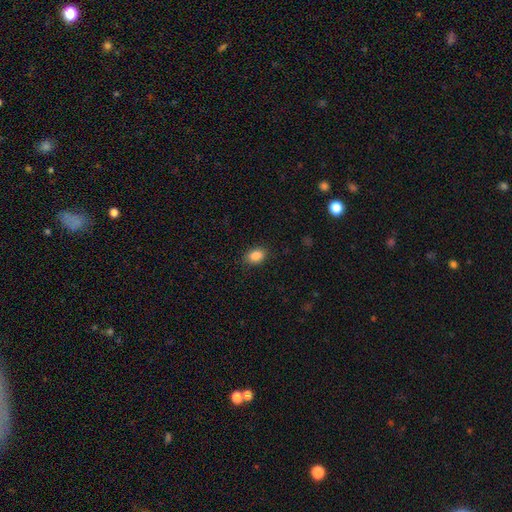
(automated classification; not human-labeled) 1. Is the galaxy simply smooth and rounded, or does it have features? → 87% smooth, 9% star or artifact, 4% featured or disk.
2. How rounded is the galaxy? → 76% in between, 23% round, 1% cigar-shaped.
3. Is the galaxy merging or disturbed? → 87% none, 9% minor disturbance, 2% major disturbance, 1% merger.